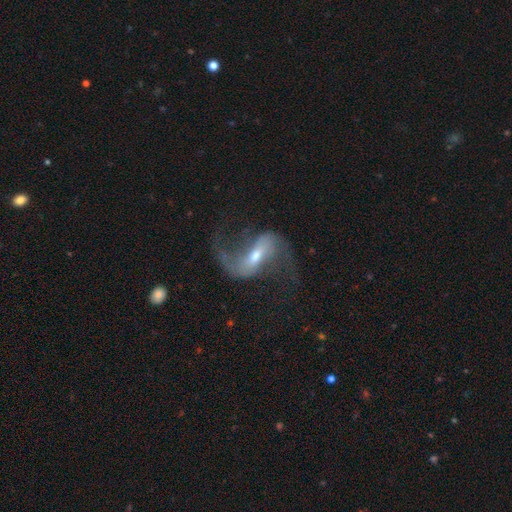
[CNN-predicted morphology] Smooth or featured?
  - featured or disk: 89% *
  - smooth: 6%
  - star or artifact: 5%
Edge-on disk?
  - no: 96% *
  - yes: 4%
Bar?
  - strong: 45% *
  - weak: 38%
  - no: 17%
Spiral arms?
  - yes: 96% *
  - no: 4%
Spiral winding?
  - loose: 80% *
  - medium: 16%
  - tight: 4%
Spiral arm count?
  - 2: 93% *
  - 1: 2%
  - can't tell: 2%
  - 3: 1%
  - 4: 1%
  - more than 4: 1%
Bulge size?
  - moderate: 53% *
  - small: 40%
  - large: 4%
  - none: 2%
  - dominant: 1%
Merging?
  - none: 67% *
  - major disturbance: 16%
  - minor disturbance: 14%
  - merger: 3%